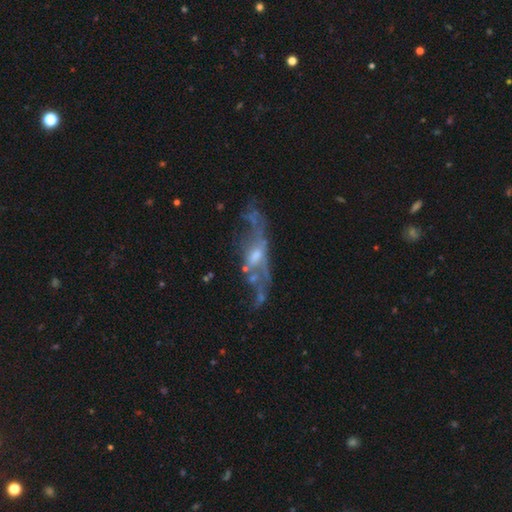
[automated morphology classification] featured or disk 74%, smooth 16%, star or artifact 10%. Down the decision tree: edge-on disk — no (75%); bar — no (60%); spiral arms — yes (54%); bulge size — moderate (46%); merging — none (43%).